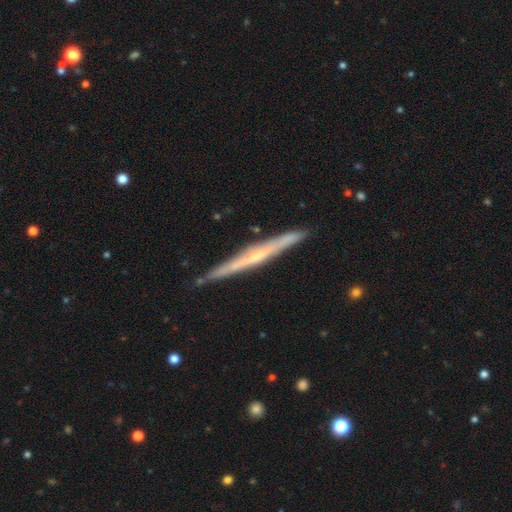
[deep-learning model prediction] Smooth or featured: featured or disk — 68% (smooth — 27%)
Edge-on disk: yes — 96% (no — 4%)
Edge-on bulge: none — 62% (rounded — 29%)
Merging: none — 85% (minor disturbance — 11%)